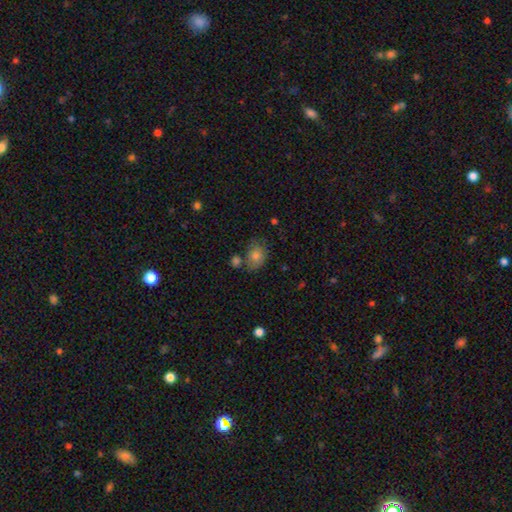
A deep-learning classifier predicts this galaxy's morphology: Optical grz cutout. It shows a smooth galaxy with no disk features (75%) that is in between round and cigar-shaped (56%). Merging: none (63%).